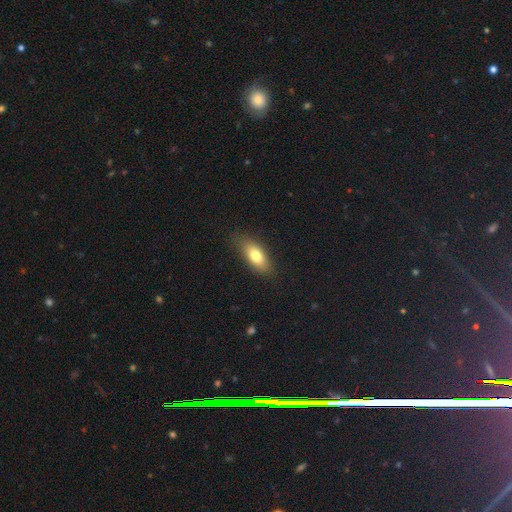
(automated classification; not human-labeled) This appears to be a smooth galaxy with no disk features (77%) that is in between round and cigar-shaped (81%). Merging: none (80%).